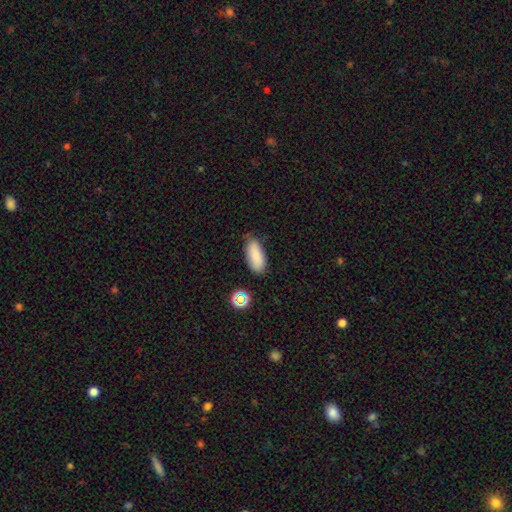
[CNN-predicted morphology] A smooth galaxy with no disk features (85%) that is in between round and cigar-shaped (83%).

Vote fractions:
- Smooth or featured? smooth: 85% / star or artifact: 9% / featured or disk: 6%
- How rounded? in between: 83% / cigar-shaped: 15% / round: 2%
- Merging? none: 77% / minor disturbance: 17% / major disturbance: 3% / merger: 2%